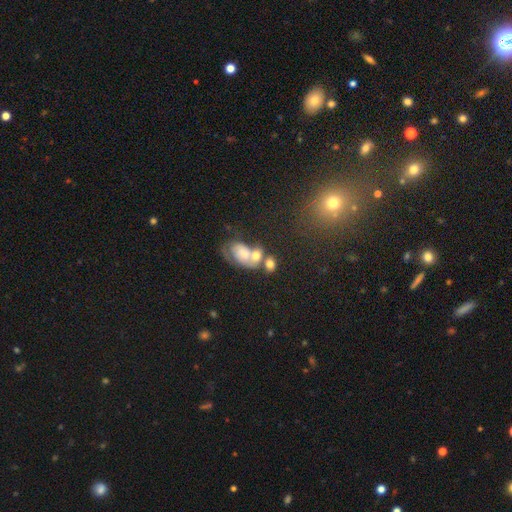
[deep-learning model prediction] Smooth or featured? Predicted: smooth (p=0.52). How rounded? Predicted: in between (p=0.77). Merging? Predicted: merger (p=0.60).